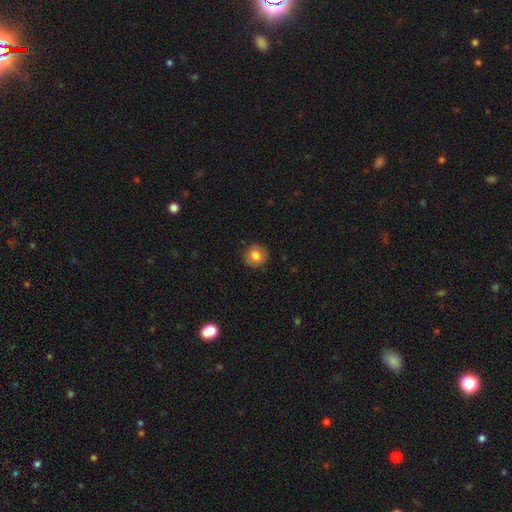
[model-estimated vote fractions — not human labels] smooth_or_featured: smooth (p=0.80) [alt: featured or disk p=0.10]
how_rounded: round (p=0.92) [alt: in between p=0.07]
merging: none (p=0.88) [alt: minor disturbance p=0.09]